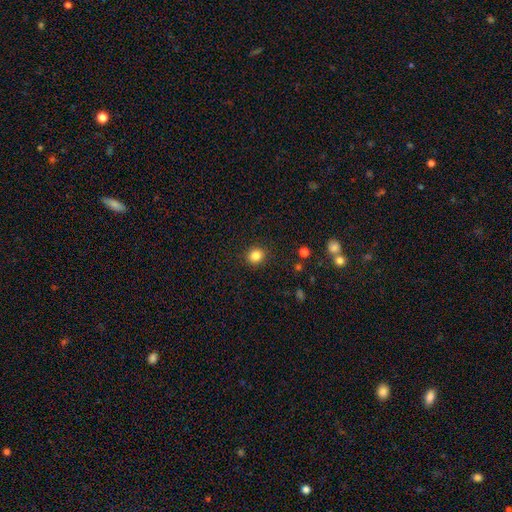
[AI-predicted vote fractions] Smooth or featured?
  - smooth: 84% *
  - star or artifact: 11%
  - featured or disk: 5%
How rounded?
  - round: 81% *
  - in between: 18%
  - cigar-shaped: 1%
Merging?
  - none: 90% *
  - minor disturbance: 6%
  - major disturbance: 2%
  - merger: 1%